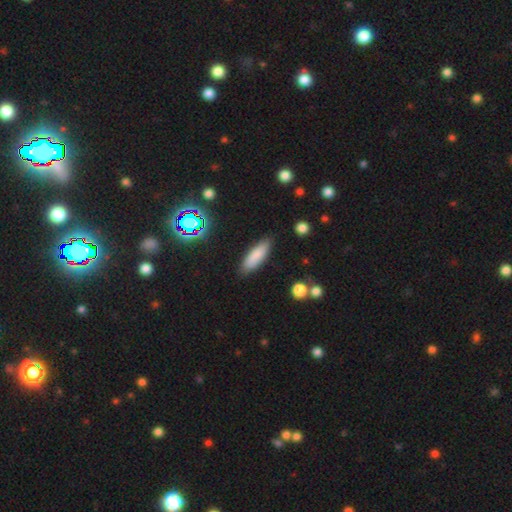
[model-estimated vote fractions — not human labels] Smooth or featured? smooth (81%)
How rounded? in between (52%)
Merging? none (85%)